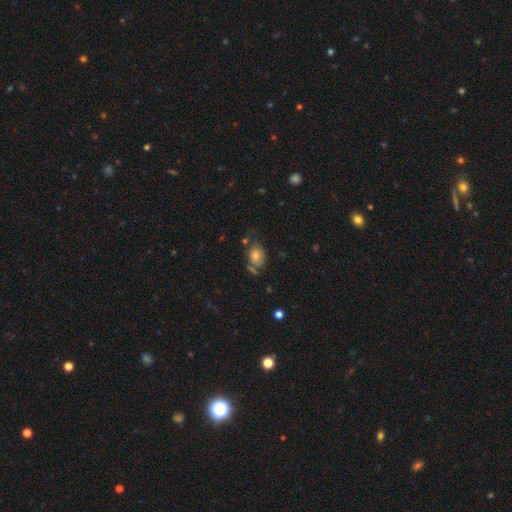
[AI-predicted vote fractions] Smooth or featured? Predicted: smooth (p=0.71). How rounded? Predicted: in between (p=0.68). Merging? Predicted: none (p=0.51).